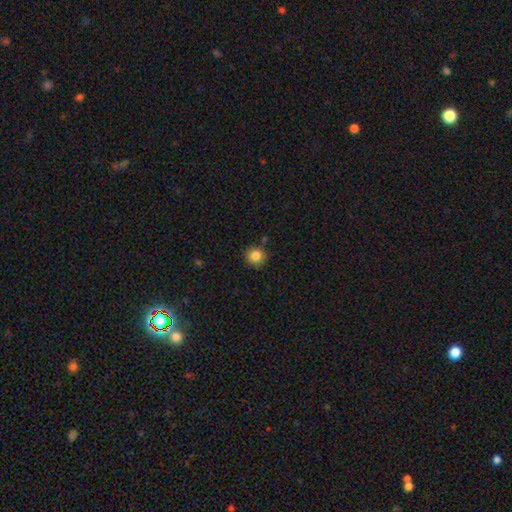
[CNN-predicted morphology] This is clearly a smooth galaxy (84%). How rounded: clearly round (91%). Merging: clearly none (86%).